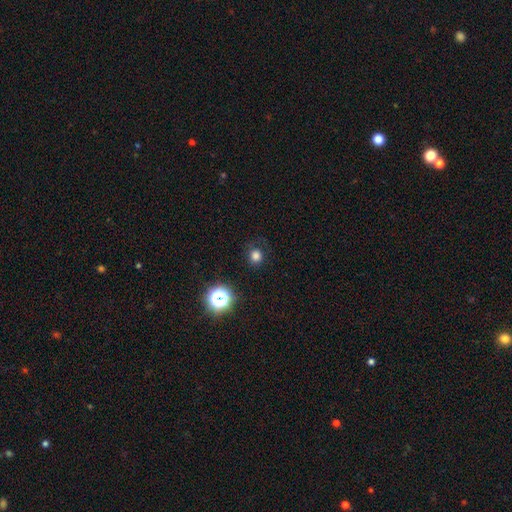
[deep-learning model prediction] This is likely a smooth galaxy (78%). How rounded: clearly round (89%). Merging: clearly none (80%).